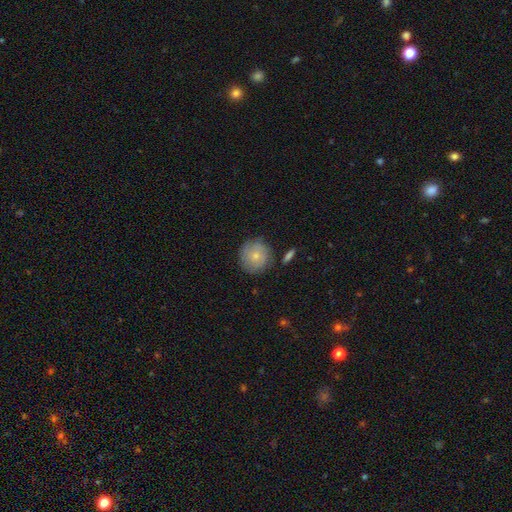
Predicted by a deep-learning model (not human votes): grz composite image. It shows a smooth galaxy with no disk features (73%) that is round (91%). Merging: none (77%).